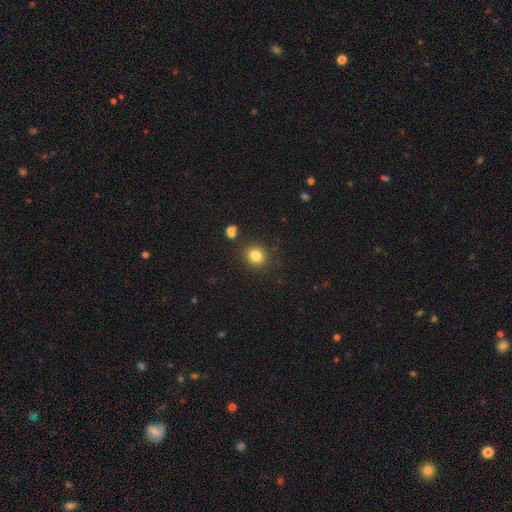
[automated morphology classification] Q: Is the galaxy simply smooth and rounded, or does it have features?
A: smooth — 82%.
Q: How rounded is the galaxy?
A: round — 78%.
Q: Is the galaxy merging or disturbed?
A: none — 85%.